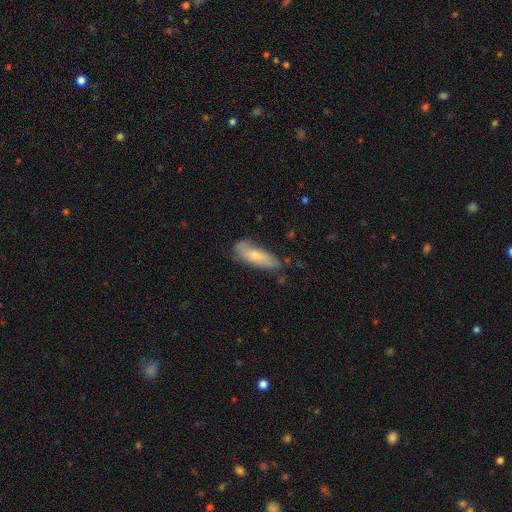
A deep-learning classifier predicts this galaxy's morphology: This appears to be a smooth galaxy with no disk features (61%) that is in between round and cigar-shaped (61%). Merging: none (63%).